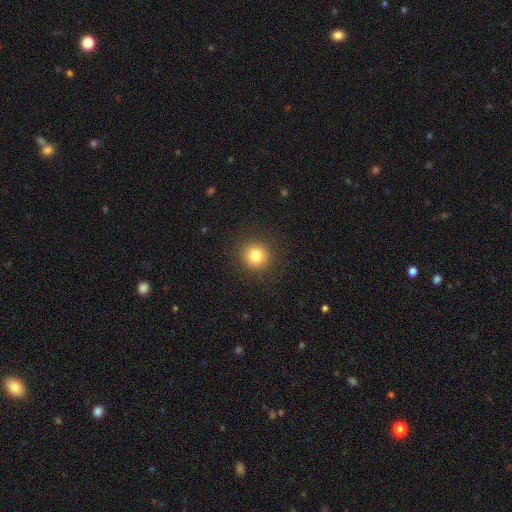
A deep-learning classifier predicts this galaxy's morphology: Smooth or featured? smooth (80%)
How rounded? round (94%)
Merging? none (91%)